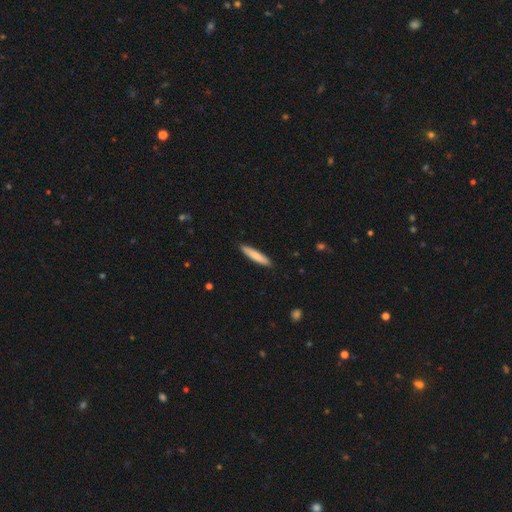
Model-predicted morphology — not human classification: Smooth or featured?
  - smooth: 80% *
  - featured or disk: 14%
  - star or artifact: 5%
How rounded?
  - cigar-shaped: 89% *
  - in between: 9%
  - round: 1%
Merging?
  - none: 91% *
  - minor disturbance: 7%
  - major disturbance: 1%
  - merger: 1%